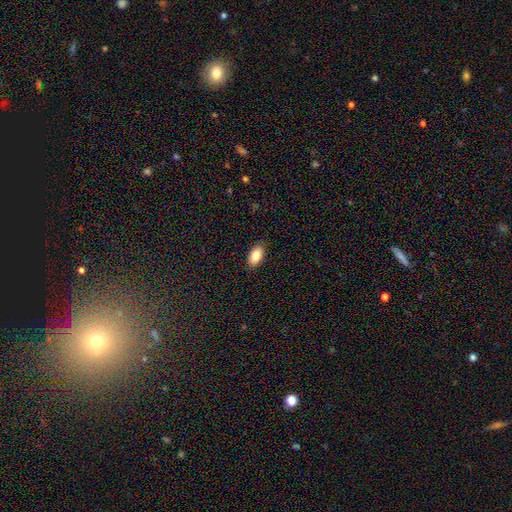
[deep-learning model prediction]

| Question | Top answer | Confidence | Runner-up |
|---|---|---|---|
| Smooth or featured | smooth | 83% | featured or disk (10%) |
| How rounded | in between | 93% | round (4%) |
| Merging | none | 88% | minor disturbance (9%) |